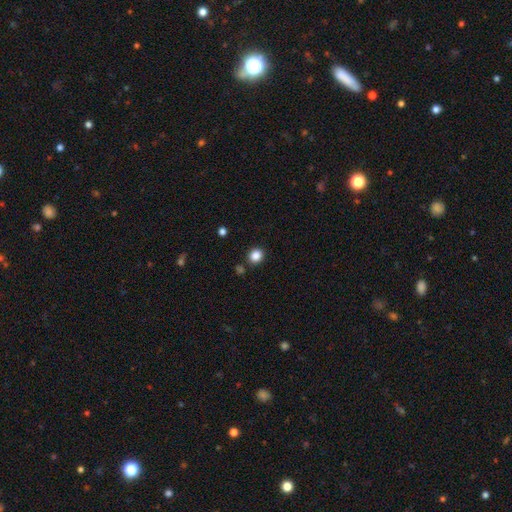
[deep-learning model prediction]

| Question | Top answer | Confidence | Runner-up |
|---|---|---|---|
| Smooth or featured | smooth | 86% | star or artifact (11%) |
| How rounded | round | 80% | in between (19%) |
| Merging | none | 86% | minor disturbance (8%) |